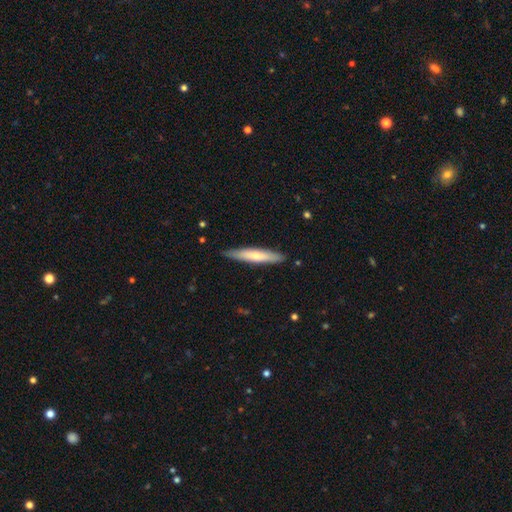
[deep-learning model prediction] A smooth galaxy with no disk features (66%) that is cigar-shaped (90%).

Vote fractions:
- Smooth or featured? smooth: 66% / featured or disk: 29% / star or artifact: 5%
- How rounded? cigar-shaped: 90% / in between: 9% / round: 1%
- Merging? none: 85% / minor disturbance: 12% / major disturbance: 2% / merger: 1%